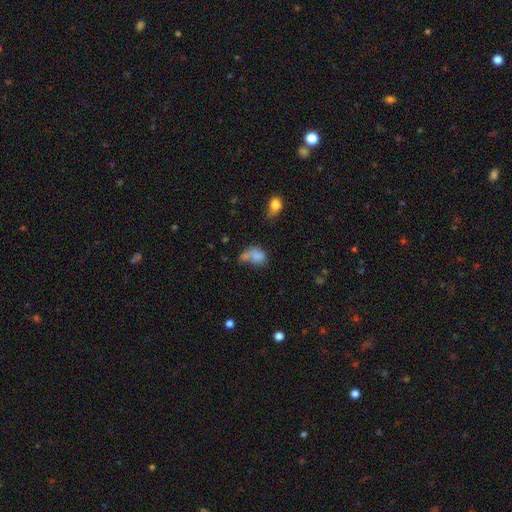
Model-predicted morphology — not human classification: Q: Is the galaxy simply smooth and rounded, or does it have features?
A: smooth — 74%.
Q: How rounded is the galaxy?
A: in between — 66%.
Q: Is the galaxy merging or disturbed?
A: merger — 33%.